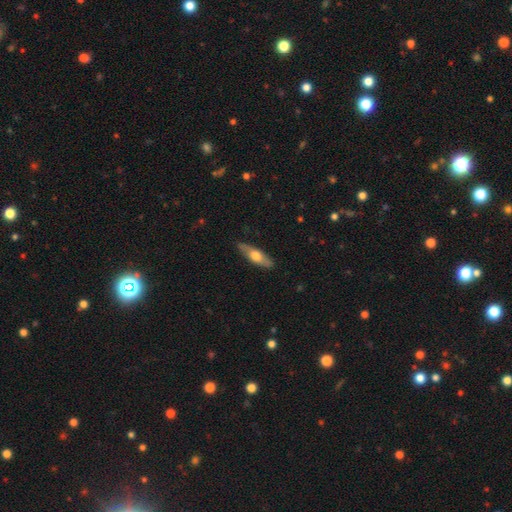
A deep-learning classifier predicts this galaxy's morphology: smooth 52%, featured or disk 43%, star or artifact 5%. Down the decision tree: how rounded — cigar-shaped (57%); merging — none (86%).